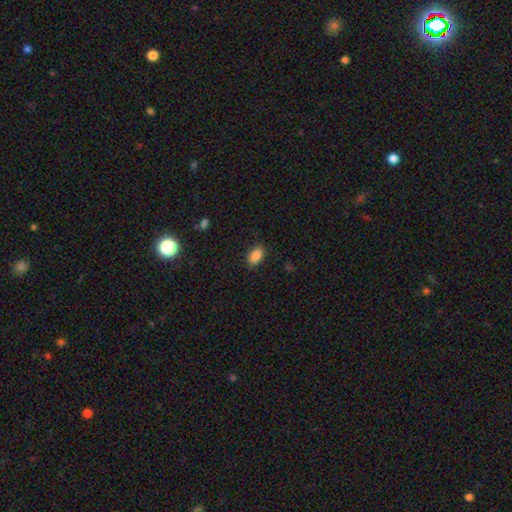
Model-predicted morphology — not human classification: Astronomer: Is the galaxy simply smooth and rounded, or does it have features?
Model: smooth — 87%.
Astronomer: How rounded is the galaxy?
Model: in between — 91%.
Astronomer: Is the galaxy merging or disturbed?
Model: none — 86%.